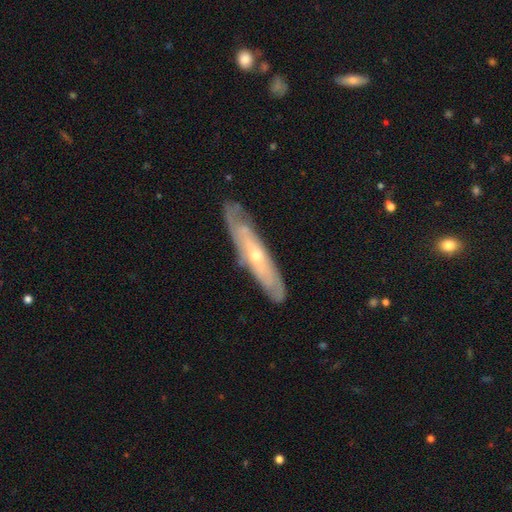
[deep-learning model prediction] The model was most divided on "edge-on disk": no: 52%, yes: 48%. More confident: merging — none (73%); smooth or featured — featured or disk (71%).